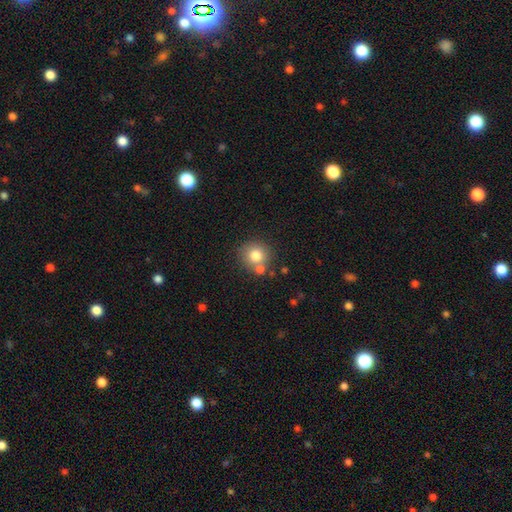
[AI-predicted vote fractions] Smooth or featured? Predicted: smooth (p=0.77). How rounded? Predicted: round (p=0.88). Merging? Predicted: none (p=0.64).